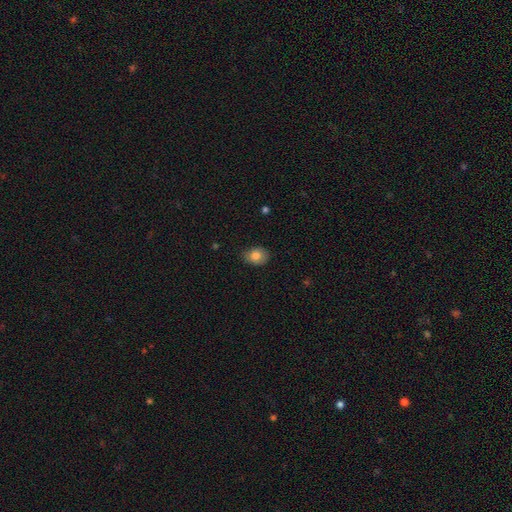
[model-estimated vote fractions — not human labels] Overall: smooth (80%). How rounded: in between (60%; round 39%). Merging: none (75%).